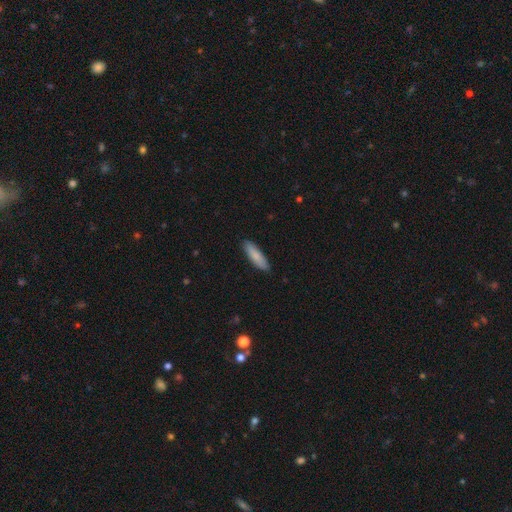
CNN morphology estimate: Smooth or featured? Predicted: smooth (p=0.84). How rounded? Predicted: cigar-shaped (p=0.62). Merging? Predicted: none (p=0.87).